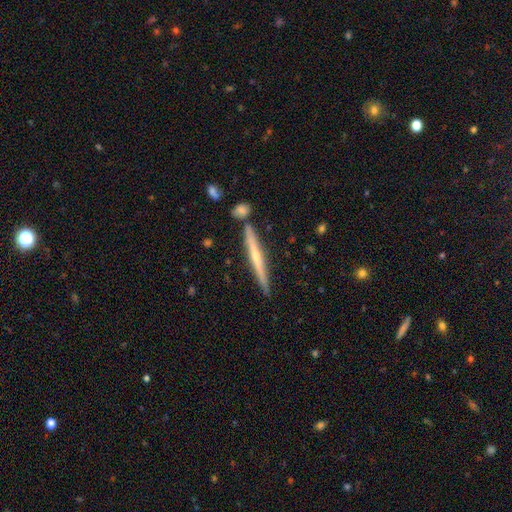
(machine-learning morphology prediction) A featured or disk galaxy (64%) viewed edge-on (96%) with a rounded central bulge (58%). Merging: none (80%).